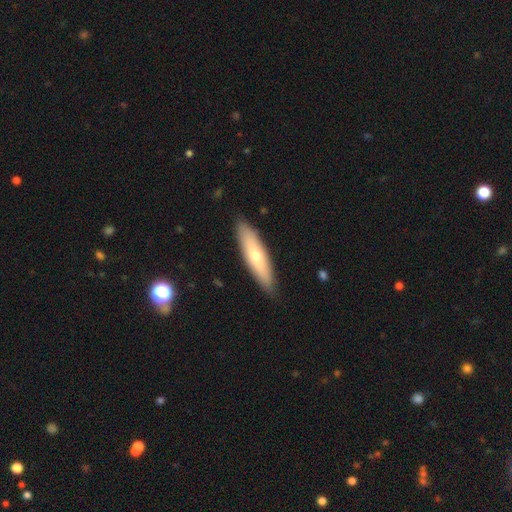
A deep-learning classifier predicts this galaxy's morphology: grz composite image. It shows a smooth galaxy with no disk features (58%) that is cigar-shaped (74%). Merging: none (87%).